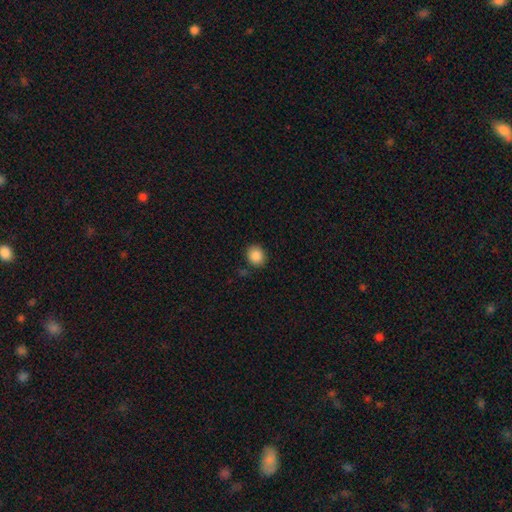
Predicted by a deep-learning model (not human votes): smooth-or-featured: smooth: 88% | star or artifact: 9% | featured or disk: 3%
  how-rounded: round: 76% | in between: 23% | cigar-shaped: 1%
  merging: none: 86% | minor disturbance: 9% | major disturbance: 2% | merger: 2%